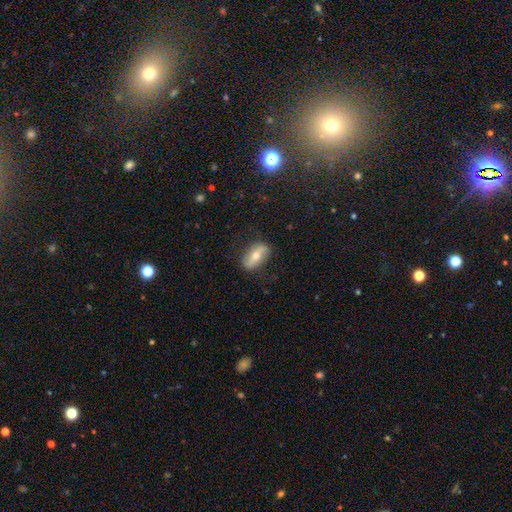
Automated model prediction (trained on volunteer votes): Morphology: type=smooth (49%); merging=none (81%).